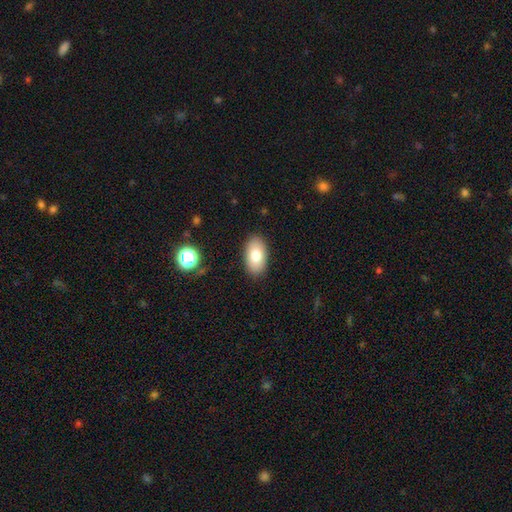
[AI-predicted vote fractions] smooth-or-featured: smooth: 79% | featured or disk: 13% | star or artifact: 8%
  how-rounded: in between: 94% | round: 4% | cigar-shaped: 2%
  merging: none: 88% | minor disturbance: 9% | major disturbance: 2% | merger: 1%